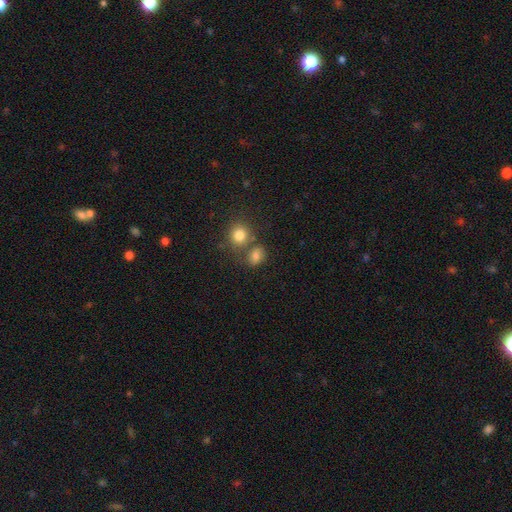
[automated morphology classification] This appears to be a smooth galaxy with no disk features (78%) that is in between round and cigar-shaped (55%). Merging: none (56%).